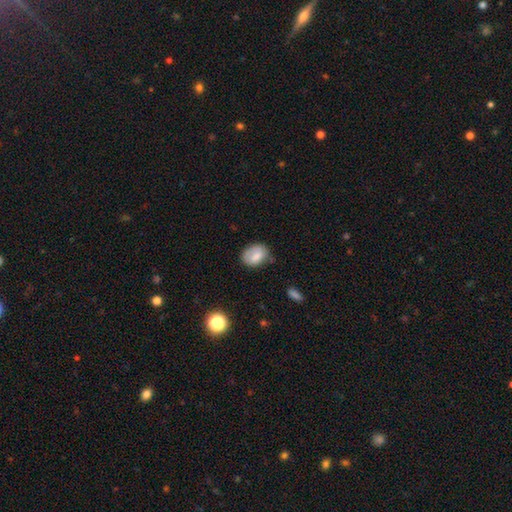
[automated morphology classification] Smooth or featured: smooth — 77% (featured or disk — 15%)
How rounded: in between — 69% (round — 30%)
Merging: none — 58% (minor disturbance — 29%)